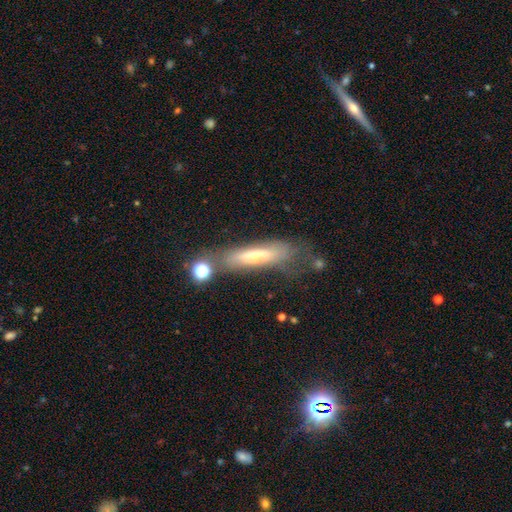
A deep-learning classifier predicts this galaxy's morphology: Smooth or featured? Predicted: featured or disk (p=0.47). Merging? Predicted: none (p=0.60).